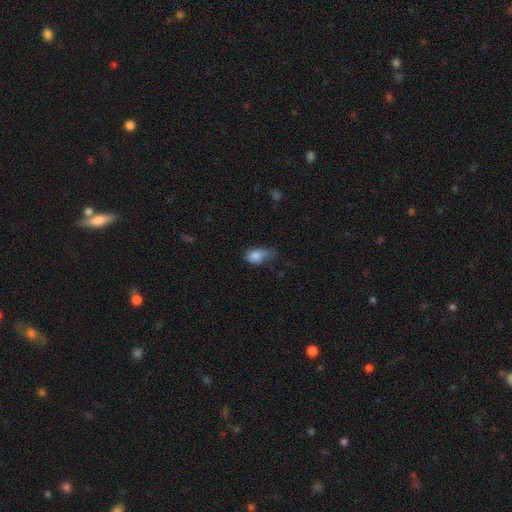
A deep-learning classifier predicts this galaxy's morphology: This is clearly a smooth galaxy (81%). How rounded: clearly in between (84%). Merging: marginally minor disturbance (43%).